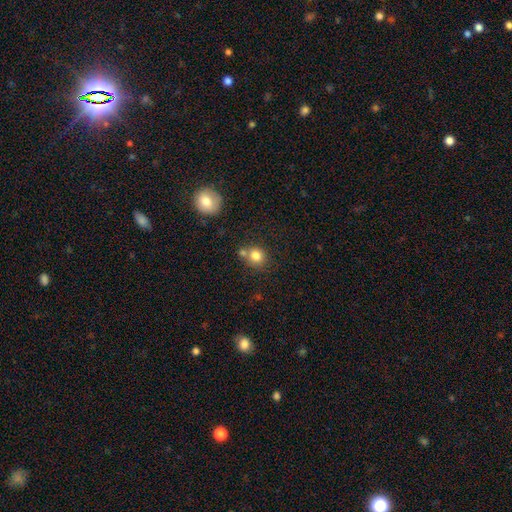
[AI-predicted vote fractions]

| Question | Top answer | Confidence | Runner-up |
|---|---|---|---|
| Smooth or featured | smooth | 81% | star or artifact (10%) |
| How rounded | round | 77% | in between (22%) |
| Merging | none | 57% | merger (27%) |